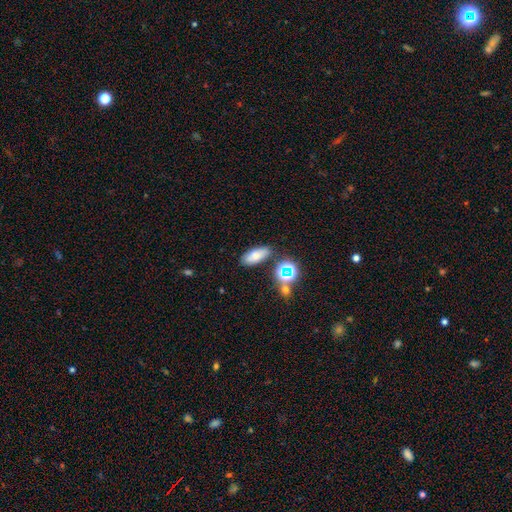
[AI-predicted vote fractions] Q: Smooth or featured?
A: smooth (69%); runner-up: star or artifact (16%)
Q: How rounded?
A: in between (79%); runner-up: cigar-shaped (14%)
Q: Merging?
A: none (76%); runner-up: minor disturbance (14%)